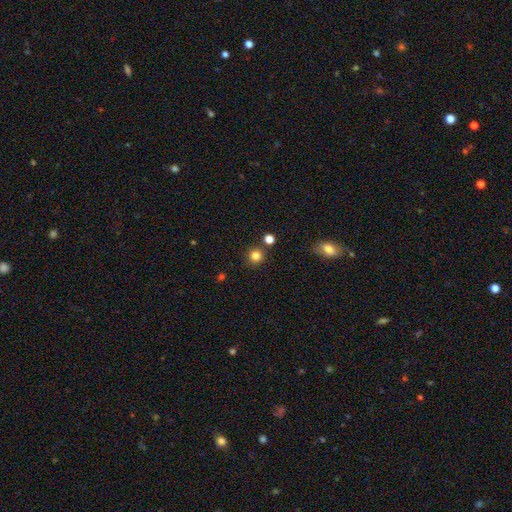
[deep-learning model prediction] Overall: smooth (82%). How rounded: round (92%). Merging: none (83%).